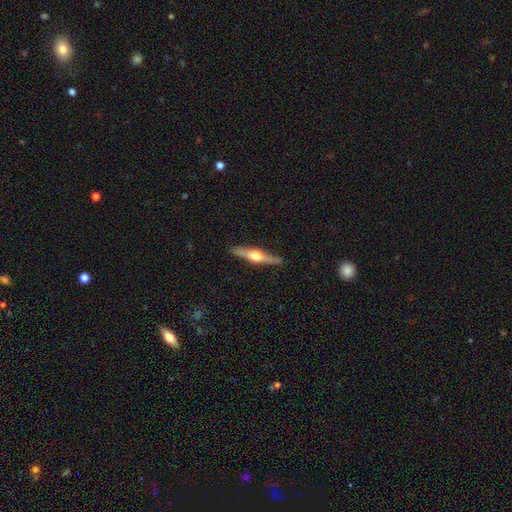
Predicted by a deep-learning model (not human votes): featured or disk 72%, smooth 23%, star or artifact 5%. Down the decision tree: edge-on disk — yes (97%); edge-on bulge — rounded (95%); merging — none (90%).